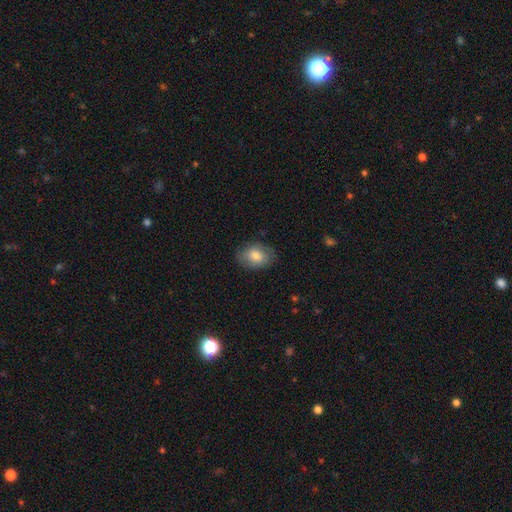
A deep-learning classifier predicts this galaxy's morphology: Smooth or featured? smooth (74%)
How rounded? in between (76%)
Merging? none (80%)